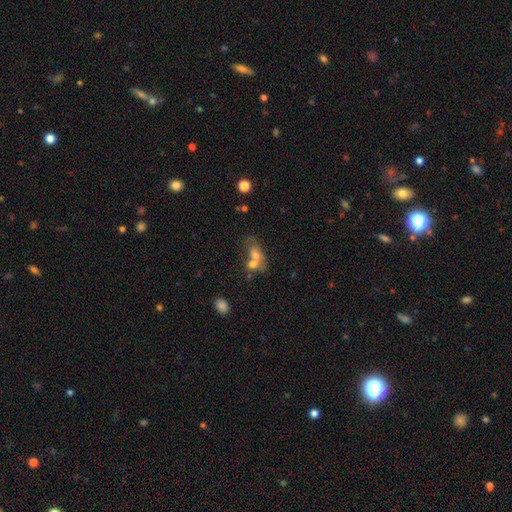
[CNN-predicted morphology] smooth 62%, featured or disk 26%, star or artifact 12%. Down the decision tree: how rounded — in between (65%); merging — merger (63%).